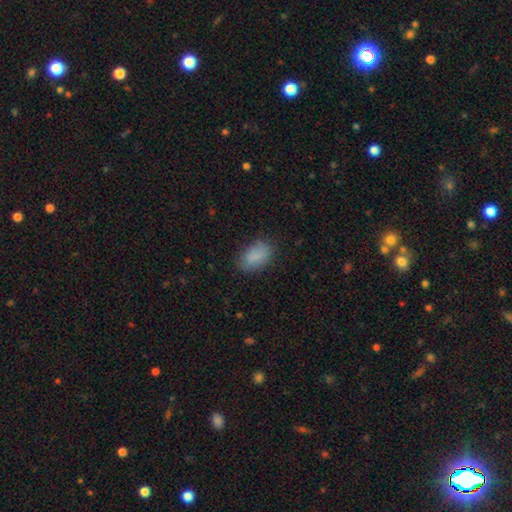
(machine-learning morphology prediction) This is clearly a smooth galaxy (86%). How rounded: clearly in between (91%). Merging: likely none (78%).